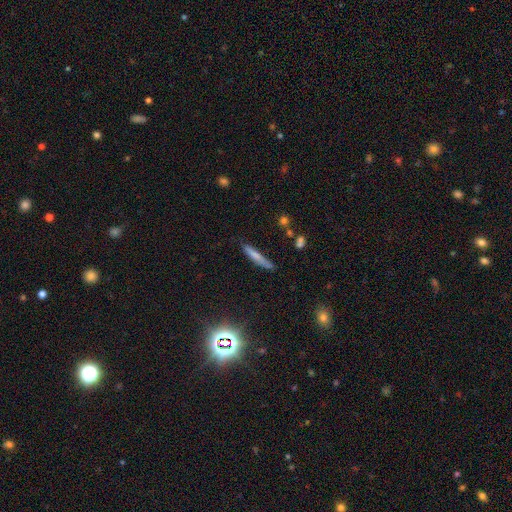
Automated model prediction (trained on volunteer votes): Q: Smooth or featured?
A: smooth (66%); runner-up: featured or disk (25%)
Q: How rounded?
A: cigar-shaped (92%); runner-up: in between (7%)
Q: Merging?
A: none (77%); runner-up: minor disturbance (17%)